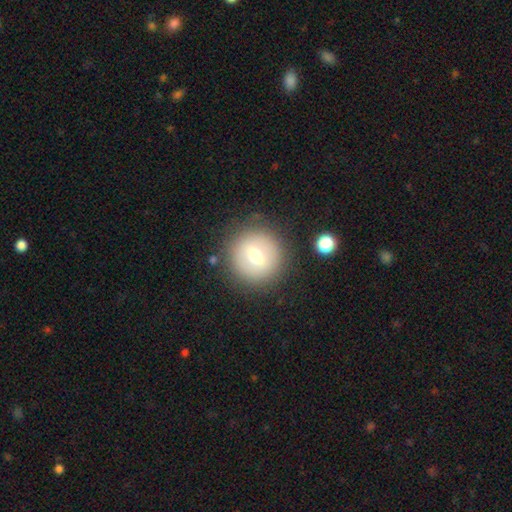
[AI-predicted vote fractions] Overall: smooth (65%). How rounded: round (95%). Merging: none (86%).